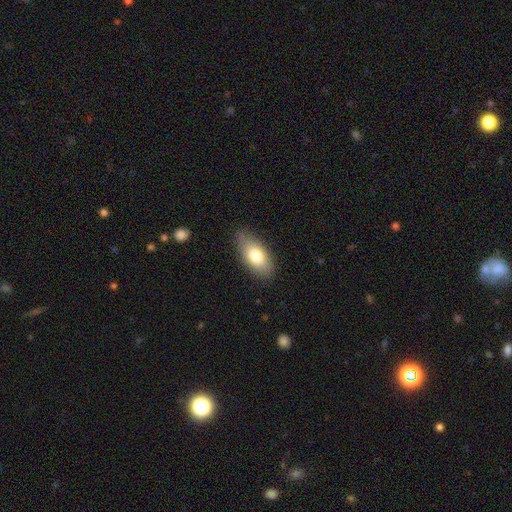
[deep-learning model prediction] Smooth or featured? Predicted: smooth (p=0.75). How rounded? Predicted: in between (p=0.89). Merging? Predicted: none (p=0.81).